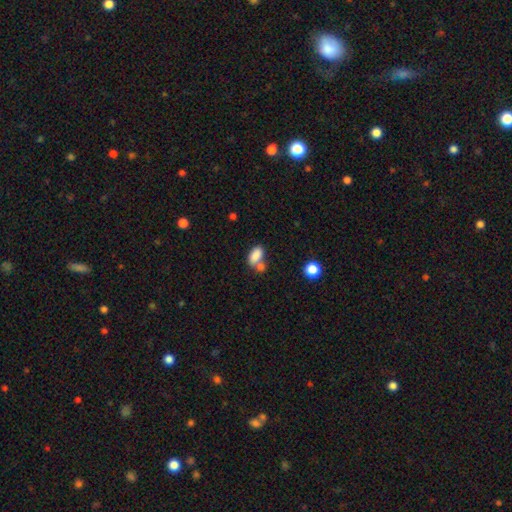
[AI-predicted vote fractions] The model was most divided on "merging": merger: 44%, none: 39%, minor disturbance: 12%, major disturbance: 5%. More confident: how rounded — in between (91%); smooth or featured — smooth (84%).